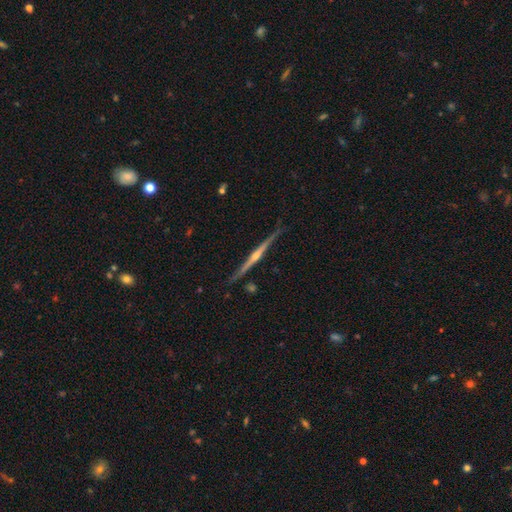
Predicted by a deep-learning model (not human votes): Smooth or featured? featured or disk (86%)
Edge-on disk? yes (98%)
Edge-on bulge? rounded (86%)
Merging? none (87%)